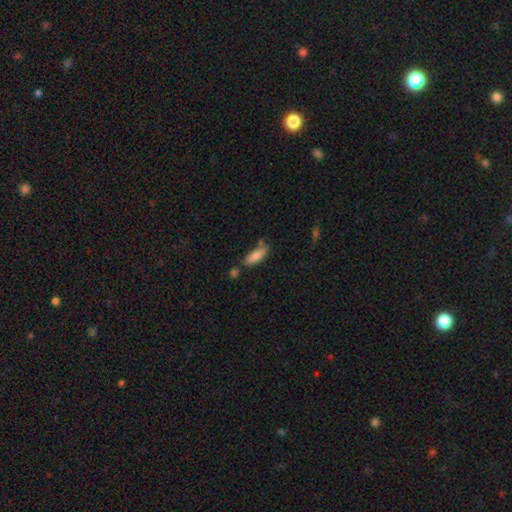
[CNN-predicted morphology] Q: Smooth or featured?
A: smooth (80%); runner-up: featured or disk (13%)
Q: How rounded?
A: in between (58%); runner-up: cigar-shaped (41%)
Q: Merging?
A: none (62%); runner-up: minor disturbance (21%)